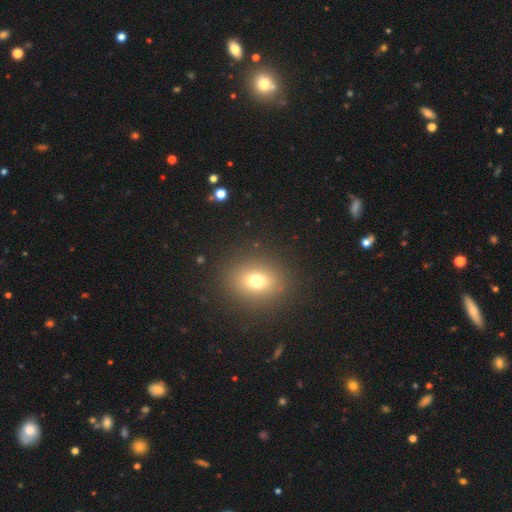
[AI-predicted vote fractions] Smooth or featured: smooth — 65% (star or artifact — 23%)
How rounded: in between — 52% (round — 45%)
Merging: none — 91% (minor disturbance — 6%)